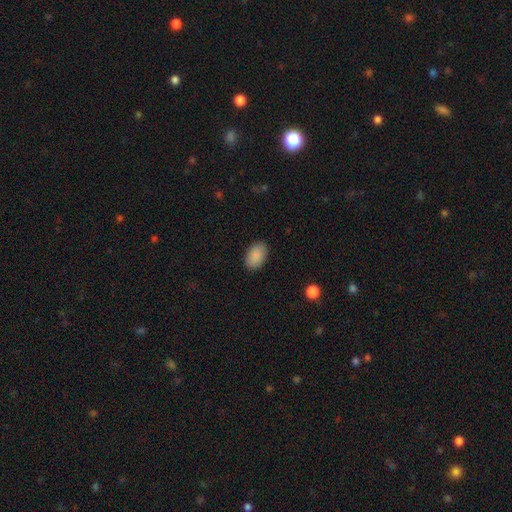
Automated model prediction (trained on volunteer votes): smooth_or_featured: smooth (p=0.89) [alt: star or artifact p=0.06]
how_rounded: in between (p=0.91) [alt: round p=0.07]
merging: none (p=0.88) [alt: minor disturbance p=0.08]